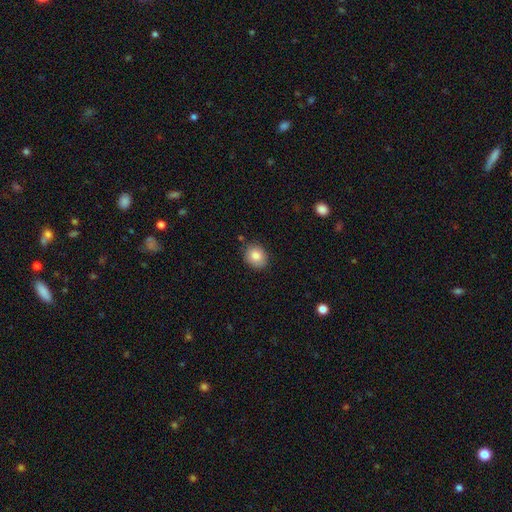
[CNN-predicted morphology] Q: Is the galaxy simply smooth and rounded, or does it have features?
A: smooth — 85%.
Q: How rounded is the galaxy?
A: round — 61%.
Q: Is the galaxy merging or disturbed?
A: none — 83%.